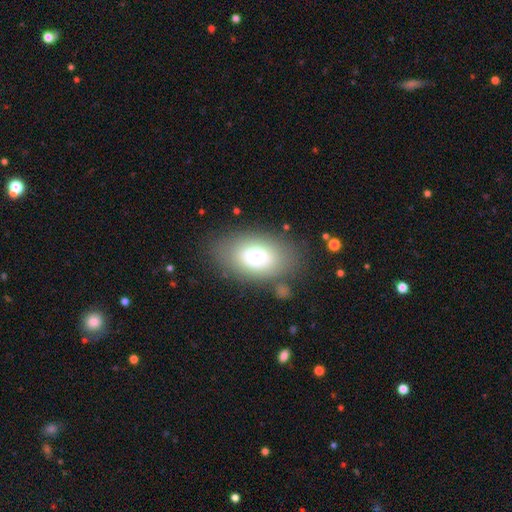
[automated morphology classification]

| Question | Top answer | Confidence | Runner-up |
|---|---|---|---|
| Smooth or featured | smooth | 61% | featured or disk (29%) |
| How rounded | in between | 84% | round (15%) |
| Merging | none | 73% | minor disturbance (15%) |